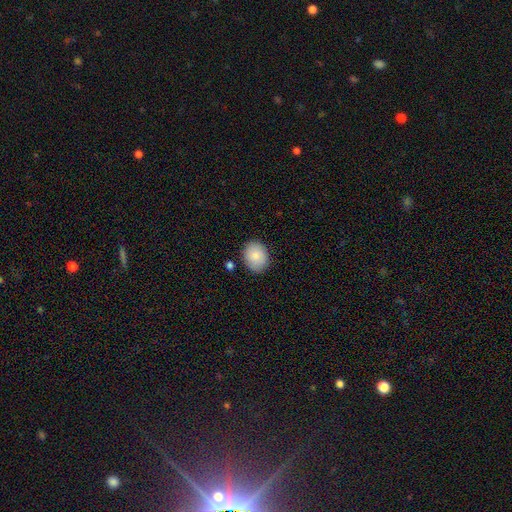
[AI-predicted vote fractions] This is clearly a smooth galaxy (86%). How rounded: possibly in between (53%). Merging: clearly none (83%).